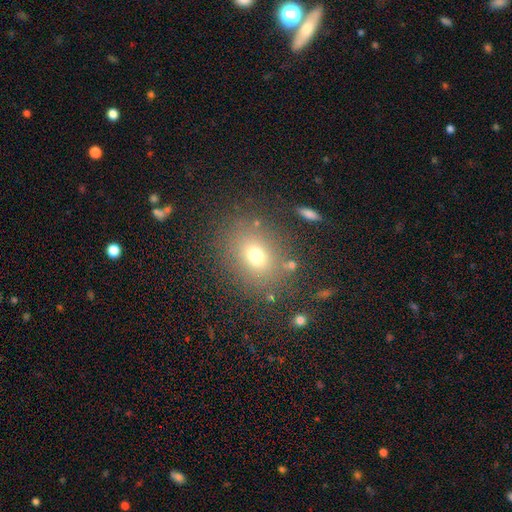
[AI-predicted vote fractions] Smooth or featured? Predicted: smooth (p=0.70). How rounded? Predicted: round (p=0.52). Merging? Predicted: none (p=0.80).